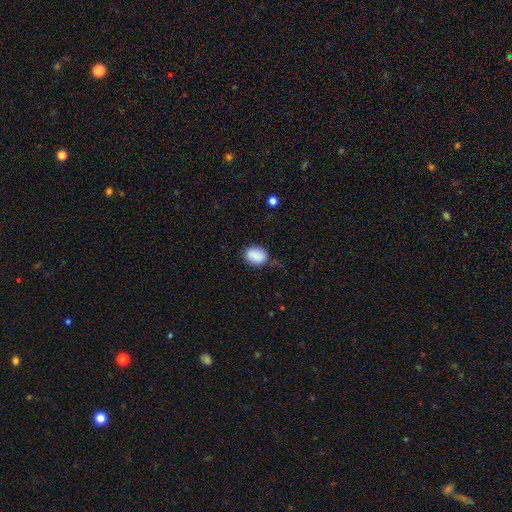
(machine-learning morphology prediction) smooth-or-featured: smooth: 87% | star or artifact: 8% | featured or disk: 5%
  how-rounded: in between: 63% | round: 36% | cigar-shaped: 1%
  merging: none: 67% | minor disturbance: 24% | major disturbance: 6% | merger: 3%